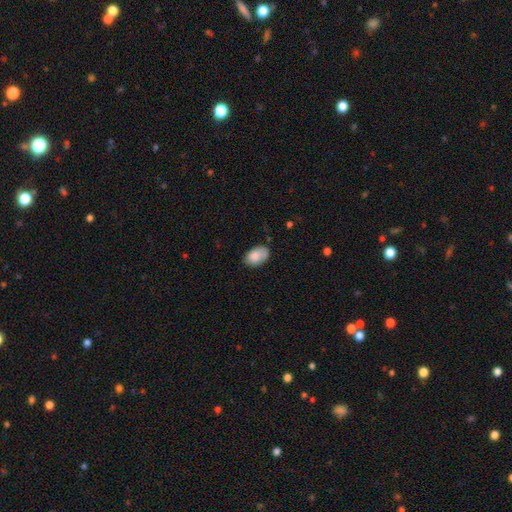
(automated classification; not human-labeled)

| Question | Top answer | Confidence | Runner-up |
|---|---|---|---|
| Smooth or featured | smooth | 82% | featured or disk (11%) |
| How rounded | in between | 89% | round (10%) |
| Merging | none | 65% | minor disturbance (26%) |